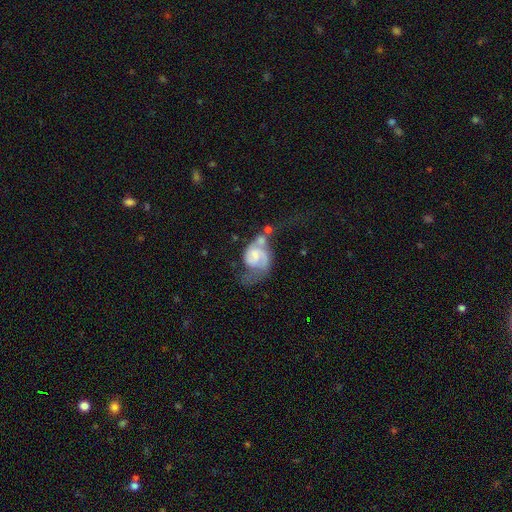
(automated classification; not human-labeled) This is likely a featured or disk galaxy (71%). It is clearly not viewed edge-on (98%). Bar: possibly no (59%). Spiral arm pattern: clearly yes (88%). Spiral arm count: possibly 2 (58%). Spiral winding: marginally medium (42%). Central bulge: marginally small (42%). Merging: marginally major disturbance (37%).